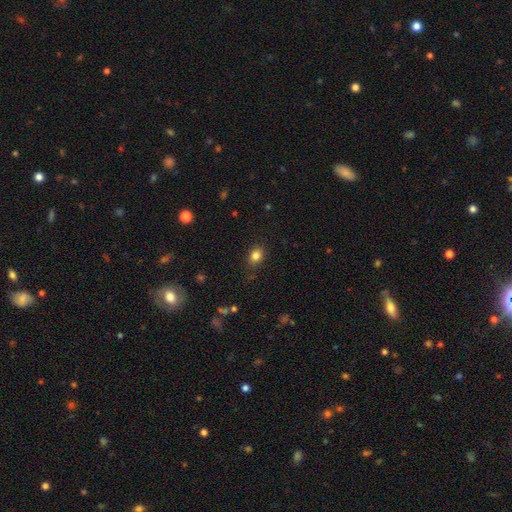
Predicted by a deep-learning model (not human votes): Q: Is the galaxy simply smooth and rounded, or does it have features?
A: smooth — 83%.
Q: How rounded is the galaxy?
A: in between — 56%.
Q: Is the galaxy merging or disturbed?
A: none — 81%.